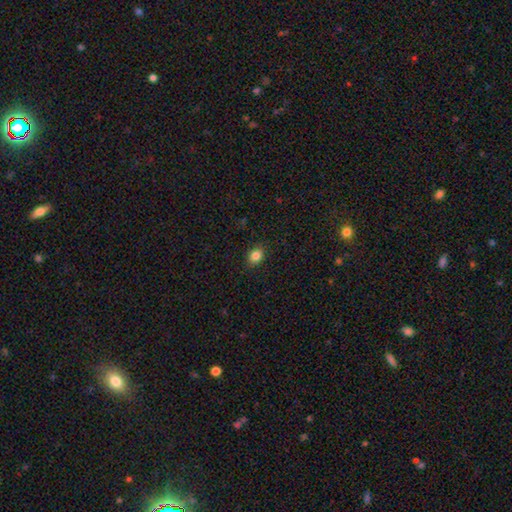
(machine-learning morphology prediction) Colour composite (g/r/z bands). It shows a smooth galaxy with no disk features (84%) that is in between round and cigar-shaped (54%). Merging: none (88%).